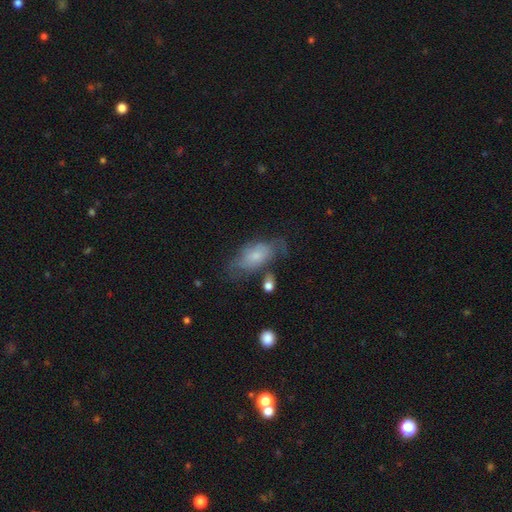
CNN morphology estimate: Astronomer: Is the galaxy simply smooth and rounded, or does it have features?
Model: smooth — 55% (runner-up: featured or disk, 37%).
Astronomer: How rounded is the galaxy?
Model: in between — 88%.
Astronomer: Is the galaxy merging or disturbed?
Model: none — 45% (runner-up: minor disturbance, 29%).